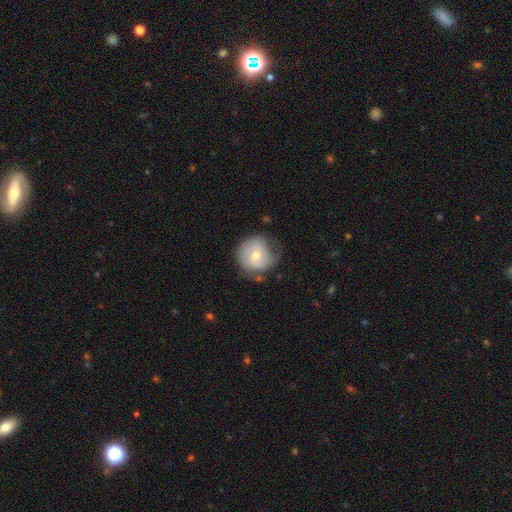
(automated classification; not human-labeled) smooth-or-featured: featured or disk: 57% | smooth: 36% | star or artifact: 6%
  disk-edge-on: no: 98% | yes: 2%
    bar: no: 61% | weak: 33% | strong: 6%
    has-spiral-arms: yes: 81% | no: 19%
    bulge-size: moderate: 56% | small: 40% | large: 2% | none: 1% | dominant: 1%
  merging: none: 60% | minor disturbance: 27% | major disturbance: 10% | merger: 3%